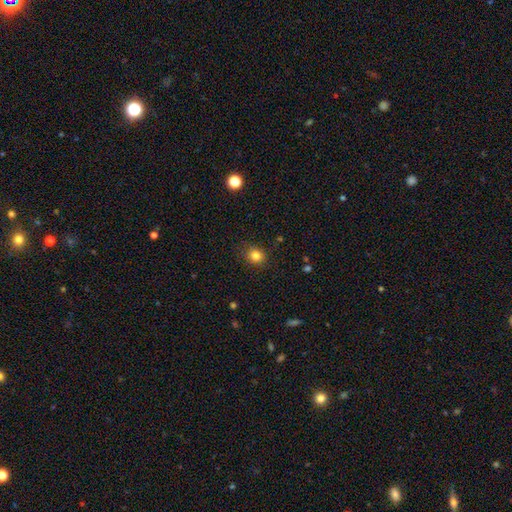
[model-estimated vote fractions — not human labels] Q: Smooth or featured?
A: smooth (82%); runner-up: star or artifact (12%)
Q: How rounded?
A: round (72%); runner-up: in between (27%)
Q: Merging?
A: none (85%); runner-up: minor disturbance (11%)